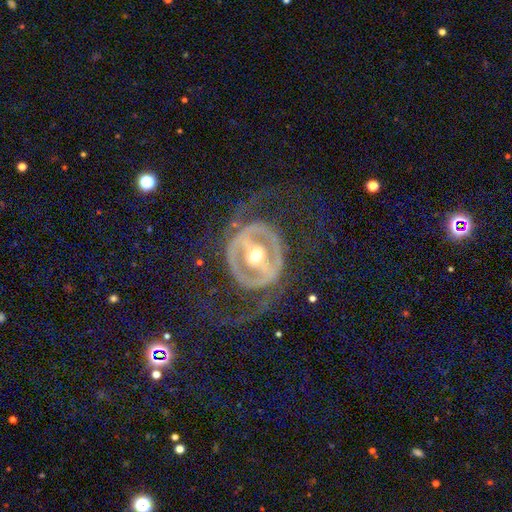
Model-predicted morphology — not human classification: Smooth or featured? featured or disk (85%)
Edge-on disk? no (94%)
Bar? strong (61%)
Spiral arms? yes (60%)
Bulge size? moderate (72%)
Merging? none (55%)